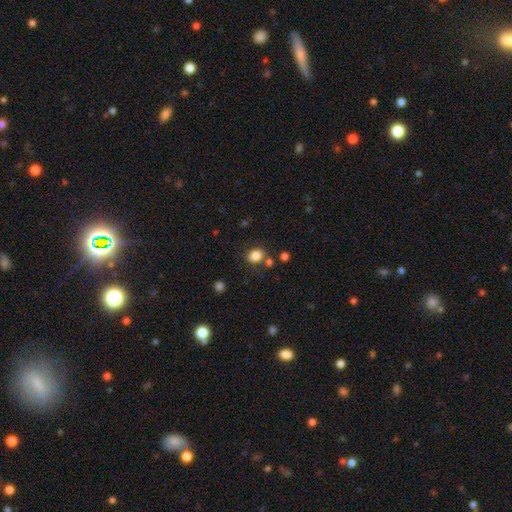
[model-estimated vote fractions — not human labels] smooth-or-featured: smooth: 84% | star or artifact: 11% | featured or disk: 5%
  how-rounded: round: 55% | in between: 45% | cigar-shaped: 1%
  merging: none: 77% | minor disturbance: 11% | merger: 9% | major disturbance: 4%